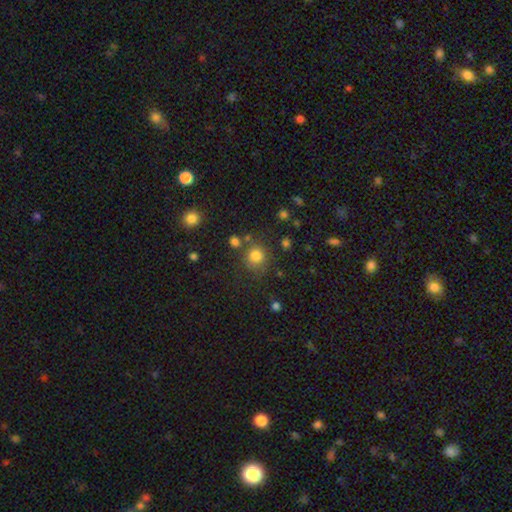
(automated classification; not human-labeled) This is likely a smooth galaxy (80%). How rounded: clearly round (87%). Merging: likely none (74%).